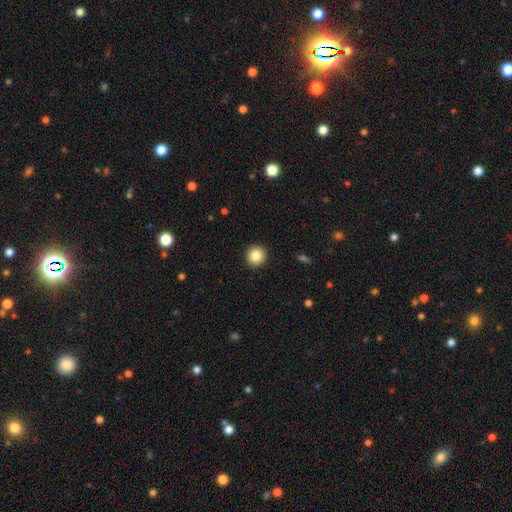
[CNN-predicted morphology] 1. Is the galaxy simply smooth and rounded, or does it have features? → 85% smooth, 9% star or artifact, 6% featured or disk.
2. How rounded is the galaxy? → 95% round, 4% in between, 1% cigar-shaped.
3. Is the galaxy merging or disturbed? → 93% none, 4% minor disturbance, 1% major disturbance, 1% merger.